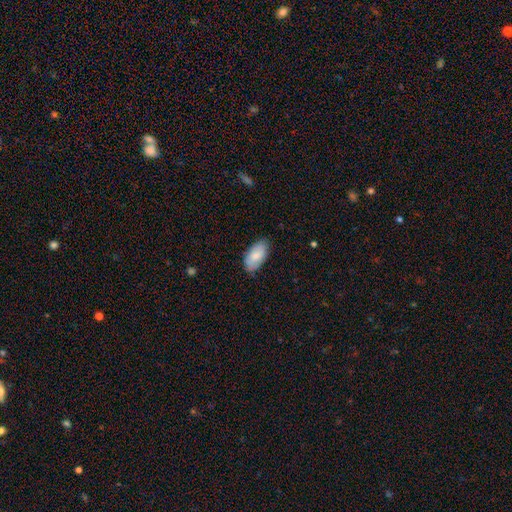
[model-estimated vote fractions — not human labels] Smooth or featured: smooth — 82% (featured or disk — 12%)
How rounded: in between — 95% (cigar-shaped — 3%)
Merging: none — 79% (minor disturbance — 17%)